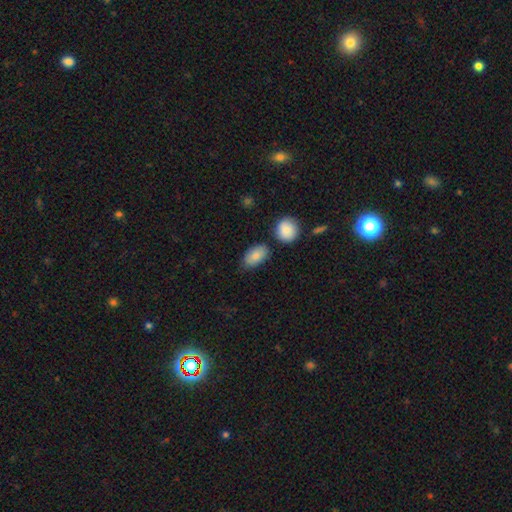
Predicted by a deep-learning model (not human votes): Q: Smooth or featured?
A: smooth (83%); runner-up: featured or disk (10%)
Q: How rounded?
A: in between (90%); runner-up: round (8%)
Q: Merging?
A: none (70%); runner-up: minor disturbance (18%)